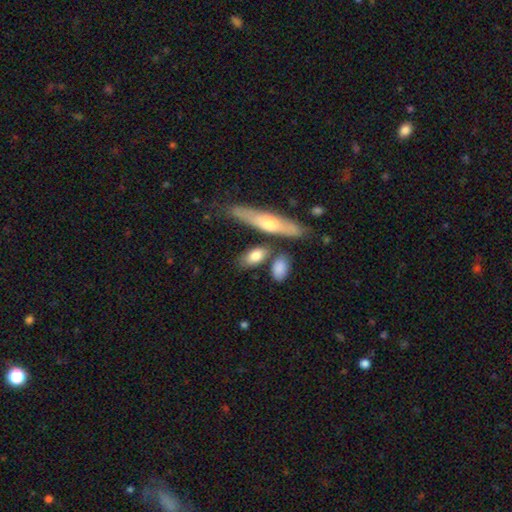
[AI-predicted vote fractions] Smooth or featured? Predicted: smooth (p=0.72). How rounded? Predicted: in between (p=0.72). Merging? Predicted: none (p=0.66).